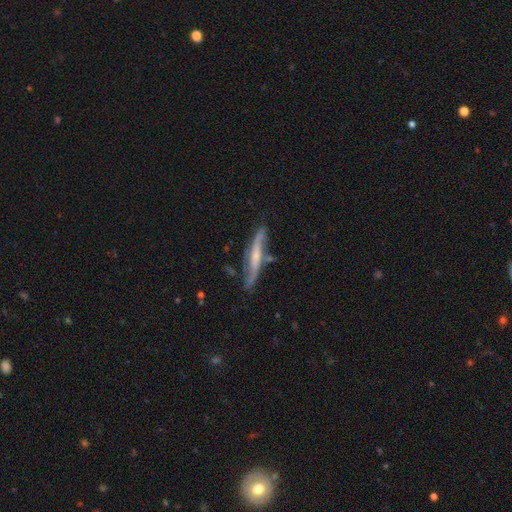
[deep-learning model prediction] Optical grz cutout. It shows a featured or disk galaxy (77%) viewed edge-on (58%). Merging: none (68%).